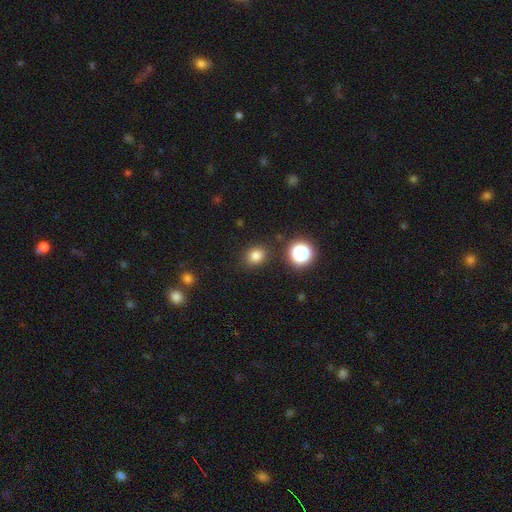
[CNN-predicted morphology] Smooth or featured? smooth (80%)
How rounded? round (67%)
Merging? none (86%)